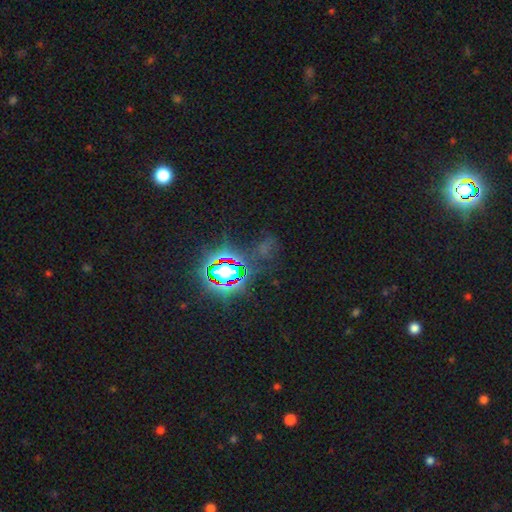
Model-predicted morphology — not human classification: Smooth or featured? star or artifact (82%)